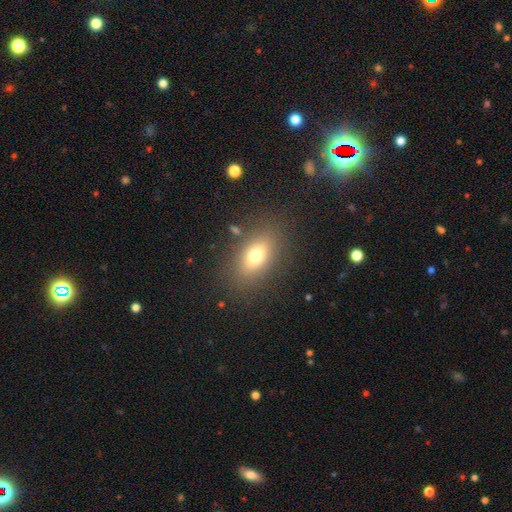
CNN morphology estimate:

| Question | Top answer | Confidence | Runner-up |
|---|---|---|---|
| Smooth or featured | smooth | 71% | featured or disk (16%) |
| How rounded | in between | 79% | round (17%) |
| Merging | none | 83% | minor disturbance (10%) |